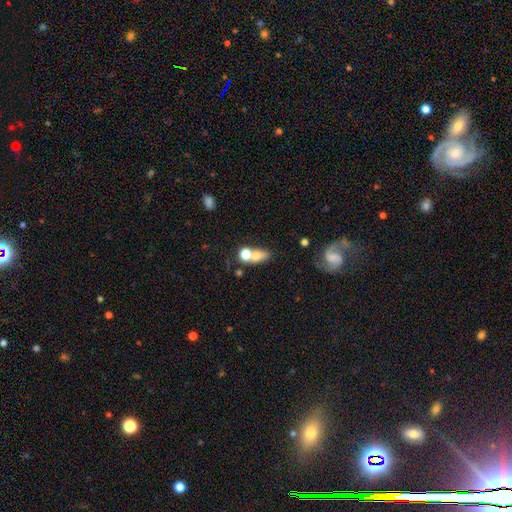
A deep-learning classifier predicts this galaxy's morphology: smooth_or_featured: smooth (p=0.68) [alt: featured or disk p=0.19]
how_rounded: in between (p=0.57) [alt: round p=0.38]
merging: merger (p=0.47) [alt: none p=0.36]